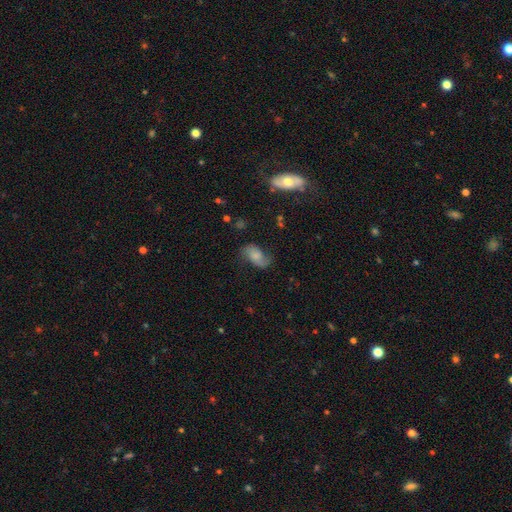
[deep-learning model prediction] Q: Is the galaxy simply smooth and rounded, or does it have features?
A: featured or disk — 49%.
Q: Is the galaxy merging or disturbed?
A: none — 60%.